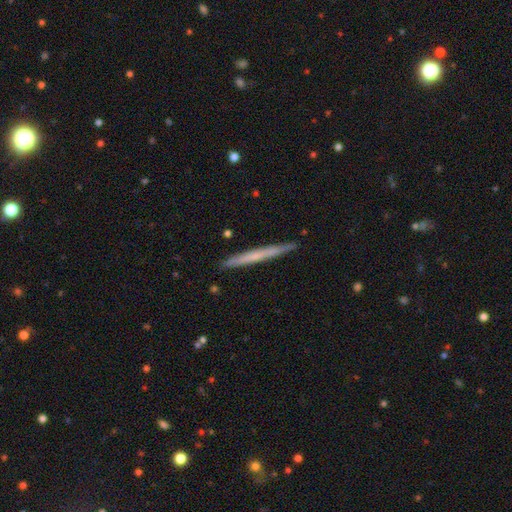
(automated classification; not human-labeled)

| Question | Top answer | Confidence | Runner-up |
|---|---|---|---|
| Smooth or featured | smooth | 50% | featured or disk (44%) |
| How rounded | cigar-shaped | 97% | in between (1%) |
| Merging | none | 90% | minor disturbance (8%) |